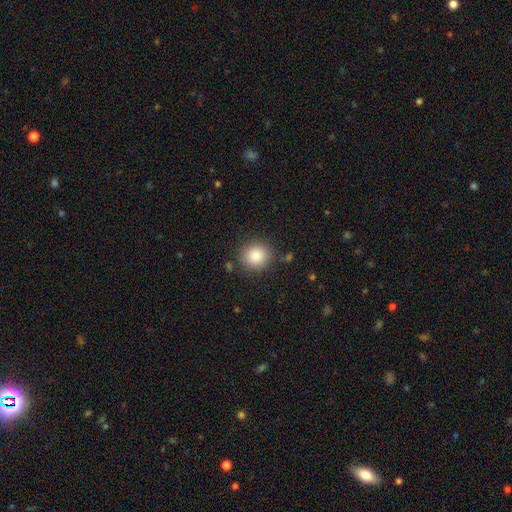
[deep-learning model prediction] This is clearly a smooth galaxy (84%). How rounded: clearly round (86%). Merging: clearly none (84%).